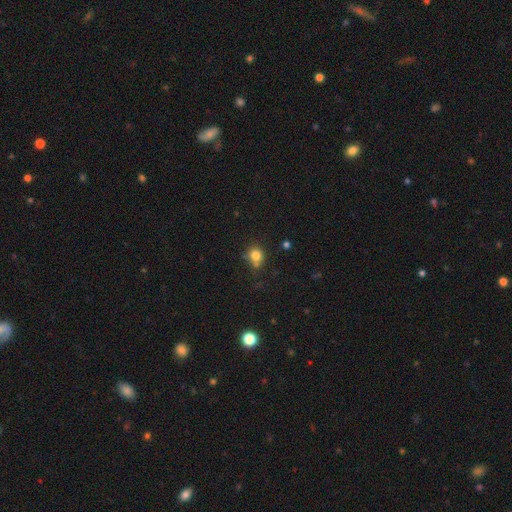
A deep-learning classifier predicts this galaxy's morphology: Overall: smooth (79%). How rounded: round (79%). Merging: none (61%).